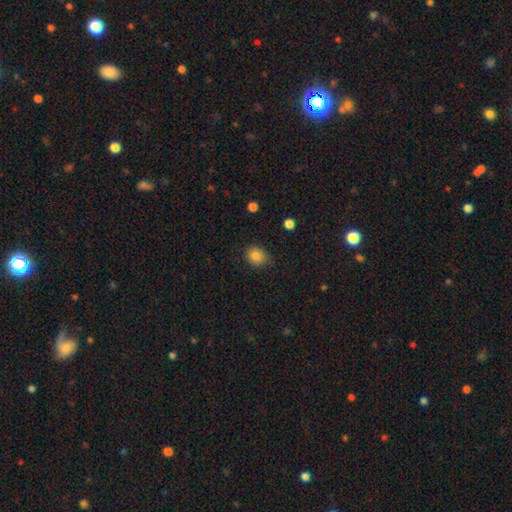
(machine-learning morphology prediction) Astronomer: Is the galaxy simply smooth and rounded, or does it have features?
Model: smooth — 84%.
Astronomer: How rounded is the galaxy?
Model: round — 62% (runner-up: in between, 37%).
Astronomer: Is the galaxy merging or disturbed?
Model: none — 79%.